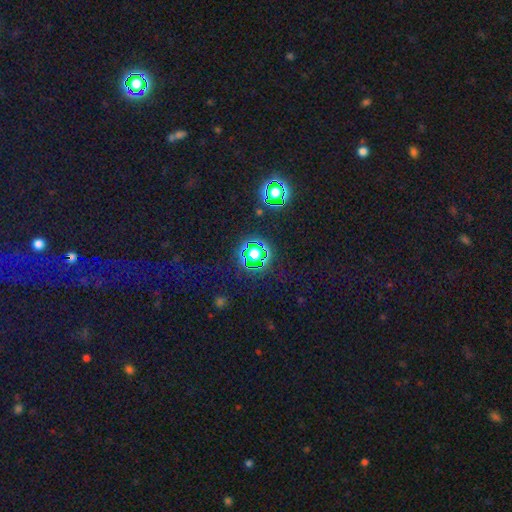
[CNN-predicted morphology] A star or artifact, not a galaxy (78%).